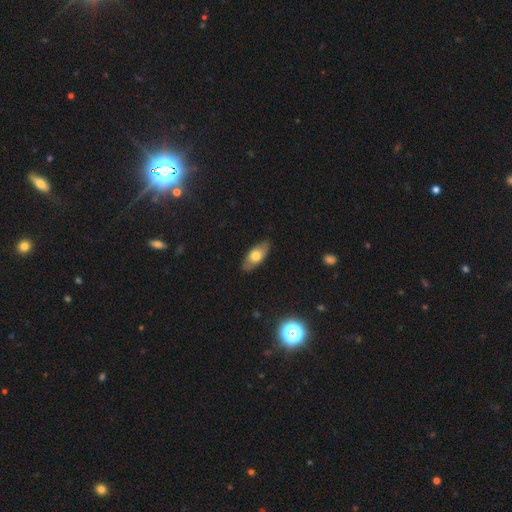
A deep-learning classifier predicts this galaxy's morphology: Smooth or featured: smooth — 67% (featured or disk — 27%)
How rounded: in between — 86% (cigar-shaped — 10%)
Merging: none — 84% (minor disturbance — 12%)